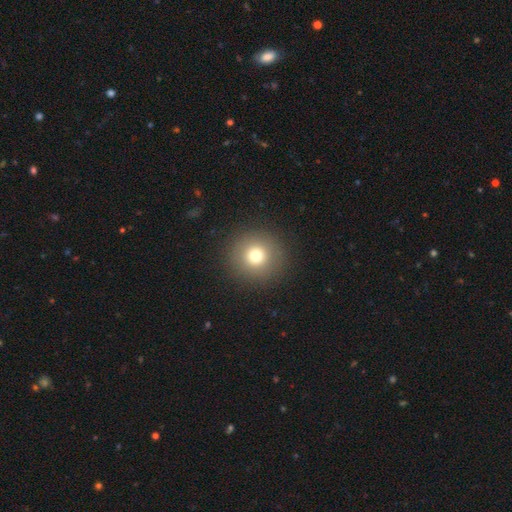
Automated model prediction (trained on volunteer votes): This appears to be a smooth galaxy with no disk features (75%) that is round (95%). Merging: none (90%).